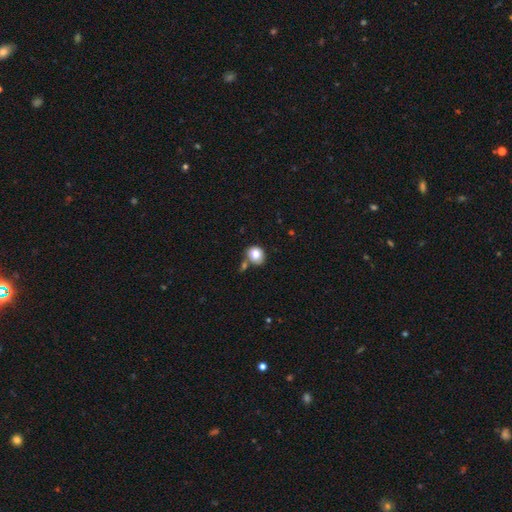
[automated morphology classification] Smooth or featured? Predicted: smooth (p=0.79). How rounded? Predicted: round (p=0.71). Merging? Predicted: none (p=0.65).